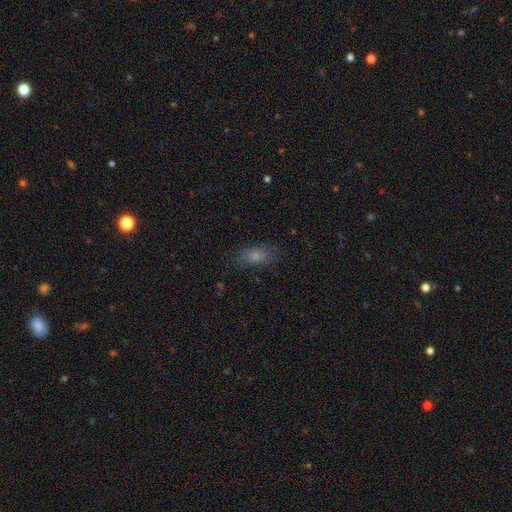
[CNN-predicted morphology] Smooth or featured? Predicted: smooth (p=0.77). How rounded? Predicted: in between (p=0.80). Merging? Predicted: none (p=0.79).